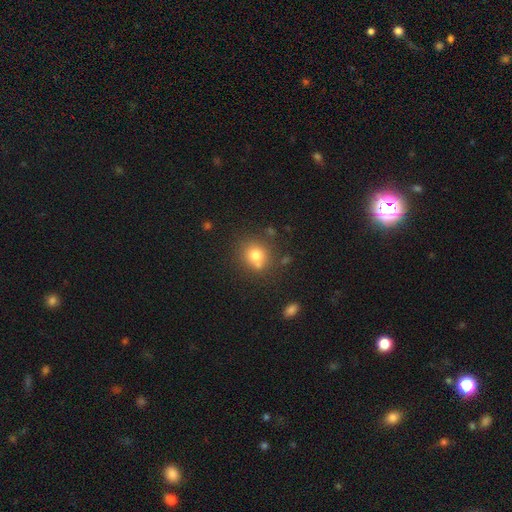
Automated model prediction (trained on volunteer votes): smooth_or_featured: smooth (p=0.75) [alt: star or artifact p=0.13]
how_rounded: round (p=0.81) [alt: in between p=0.19]
merging: none (p=0.67) [alt: merger p=0.15]